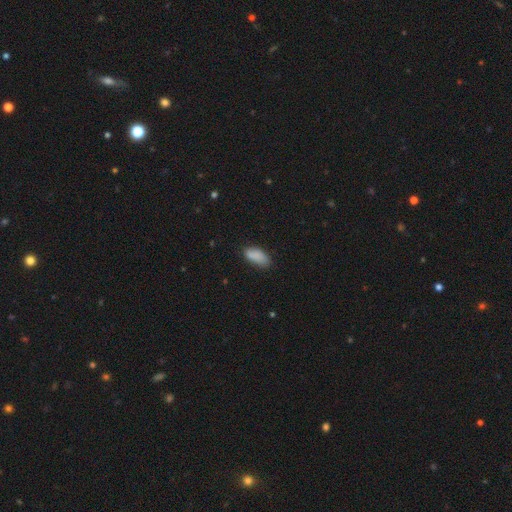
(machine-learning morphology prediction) This appears to be a smooth galaxy with no disk features (87%) that is in between round and cigar-shaped (87%). Merging: none (72%).